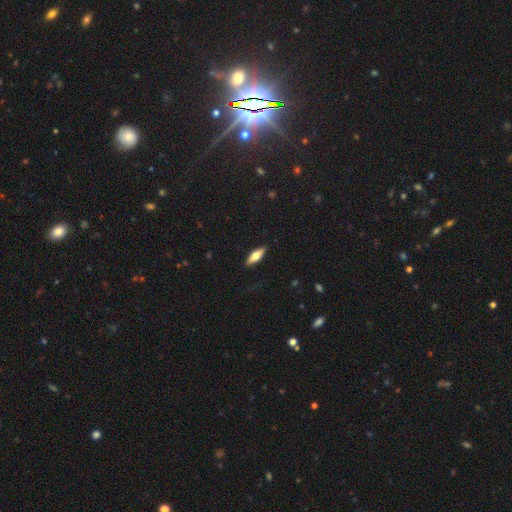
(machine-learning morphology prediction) The model was most divided on "how rounded": in between: 50%, cigar-shaped: 47%, round: 2%. More confident: merging — none (87%); smooth or featured — smooth (56%).